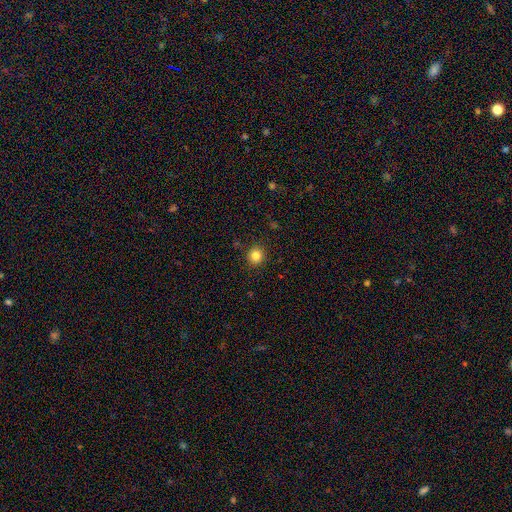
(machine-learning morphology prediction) smooth_or_featured: smooth (p=0.83) [alt: star or artifact p=0.12]
how_rounded: round (p=0.92) [alt: in between p=0.07]
merging: none (p=0.91) [alt: minor disturbance p=0.06]